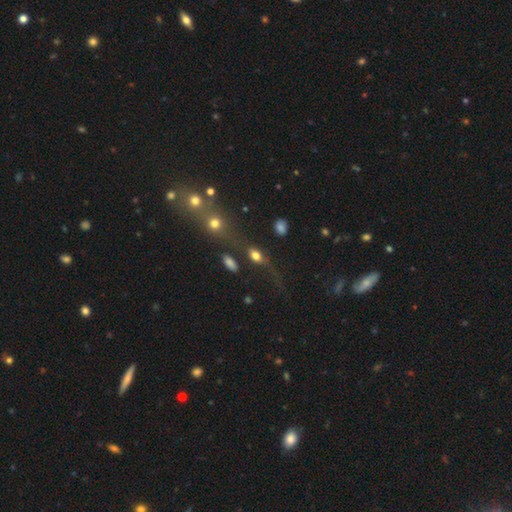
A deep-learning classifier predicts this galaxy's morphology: This is likely a smooth galaxy (61%). How rounded: likely in between (71%). Merging: possibly none (50%).